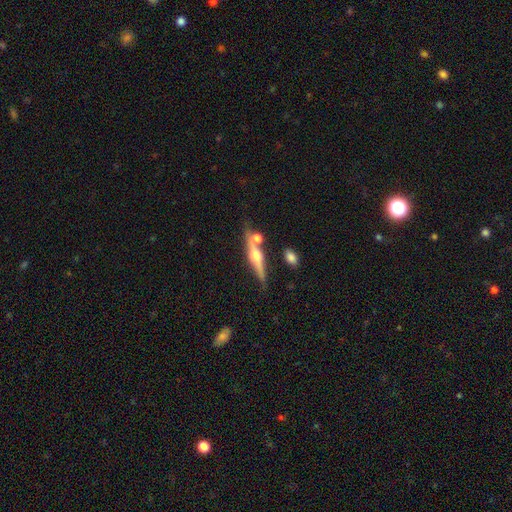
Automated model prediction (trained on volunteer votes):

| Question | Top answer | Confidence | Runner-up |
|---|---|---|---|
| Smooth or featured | featured or disk | 71% | smooth (22%) |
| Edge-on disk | yes | 94% | no (6%) |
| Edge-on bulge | rounded | 94% | boxy (4%) |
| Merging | none | 65% | merger (17%) |